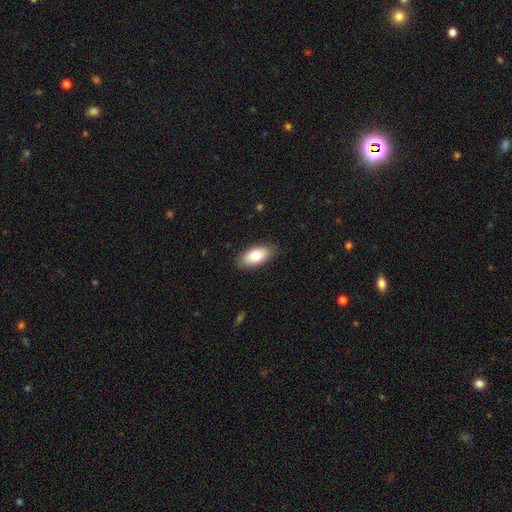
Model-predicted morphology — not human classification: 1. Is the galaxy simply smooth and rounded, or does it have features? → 78% smooth, 16% featured or disk, 6% star or artifact.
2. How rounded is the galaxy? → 91% in between, 6% cigar-shaped, 3% round.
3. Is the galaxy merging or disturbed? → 85% none, 11% minor disturbance, 2% major disturbance, 1% merger.